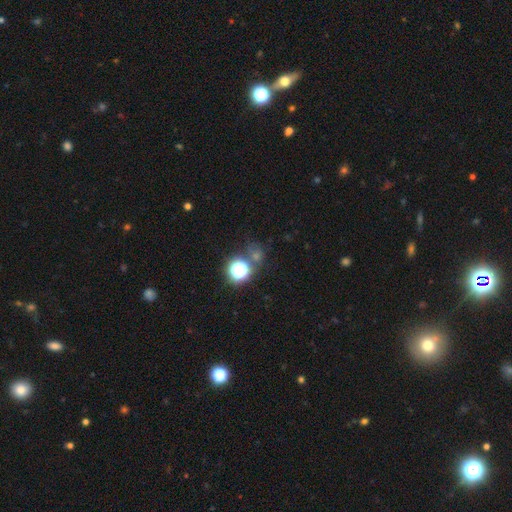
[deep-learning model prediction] This is possibly a star or artifact rather than a galaxy (56%).